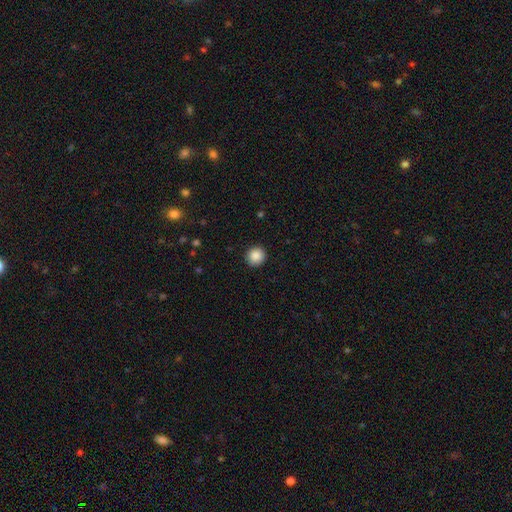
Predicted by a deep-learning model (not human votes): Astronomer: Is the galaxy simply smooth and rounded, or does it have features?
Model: smooth — 88%.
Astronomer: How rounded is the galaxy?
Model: round — 94%.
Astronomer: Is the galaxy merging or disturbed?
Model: none — 91%.